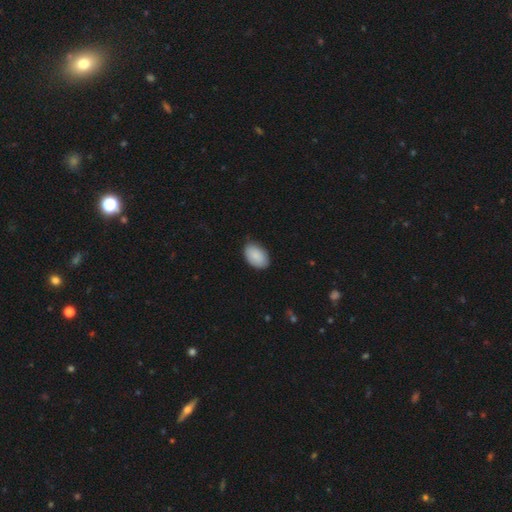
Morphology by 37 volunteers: Smooth or featured? 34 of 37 (92%) said smooth. How rounded? 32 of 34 (94%) said in between. Merging? 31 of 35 (89%) said none.